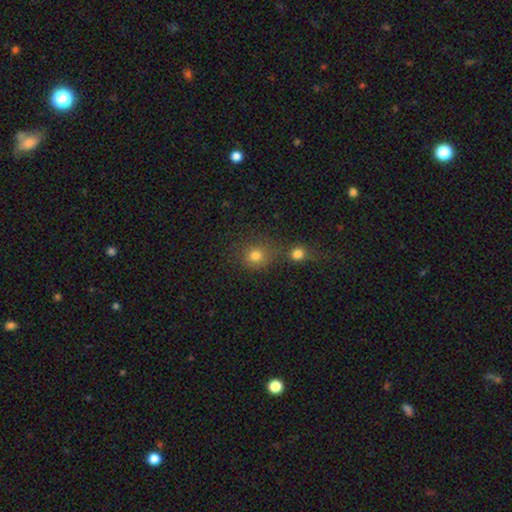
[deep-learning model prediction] Smooth or featured? Predicted: smooth (p=0.77). How rounded? Predicted: round (p=0.80). Merging? Predicted: none (p=0.59).